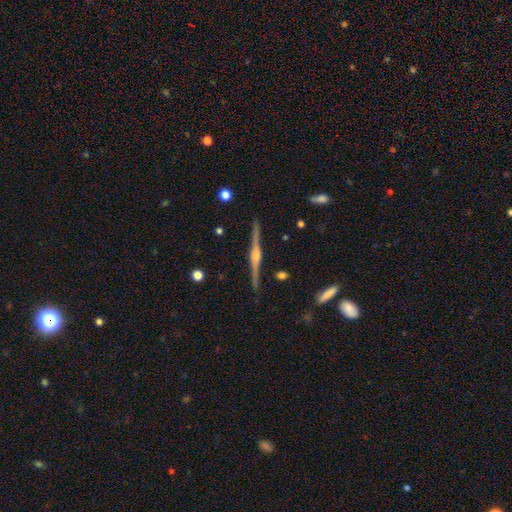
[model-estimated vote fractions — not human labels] Smooth or featured? Predicted: featured or disk (p=0.85). Edge-on disk? Predicted: yes (p=0.98). Edge-on bulge? Predicted: rounded (p=0.82). Merging? Predicted: none (p=0.90).